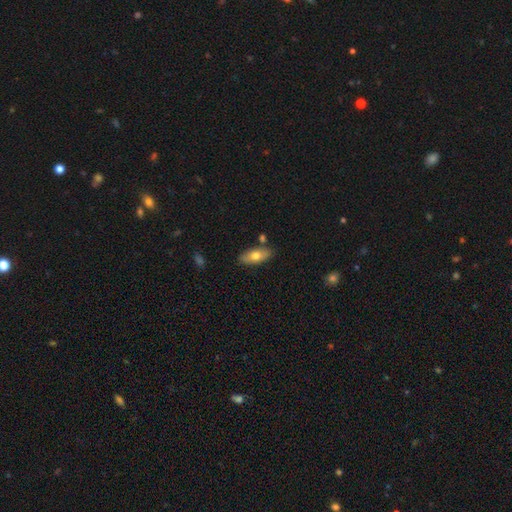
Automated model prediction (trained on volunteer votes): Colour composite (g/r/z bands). It shows a smooth galaxy with no disk features (70%) that is in between round and cigar-shaped (84%). Merging: none (82%).